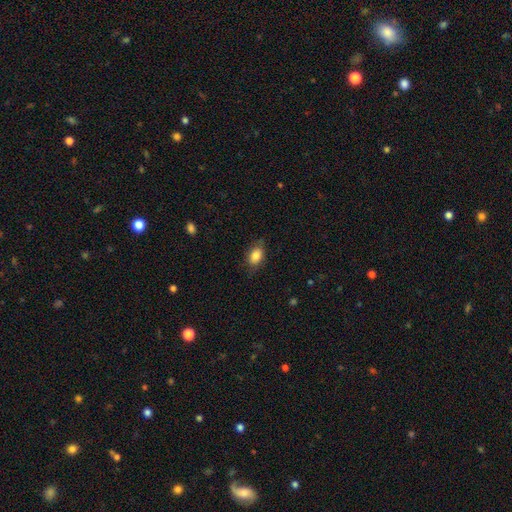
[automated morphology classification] smooth-or-featured: smooth: 84% | featured or disk: 8% | star or artifact: 8%
  how-rounded: in between: 83% | round: 14% | cigar-shaped: 2%
  merging: none: 75% | minor disturbance: 20% | major disturbance: 5% | merger: 1%